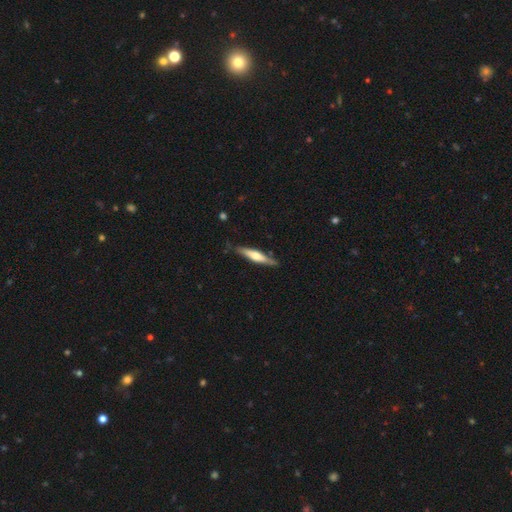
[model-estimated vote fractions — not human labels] smooth_or_featured: featured or disk (p=0.55) [alt: smooth p=0.39]
disk_edge_on: yes (p=0.94) [alt: no p=0.06]
edge_on_bulge: rounded (p=0.80) [alt: boxy p=0.12]
merging: none (p=0.81) [alt: minor disturbance p=0.14]